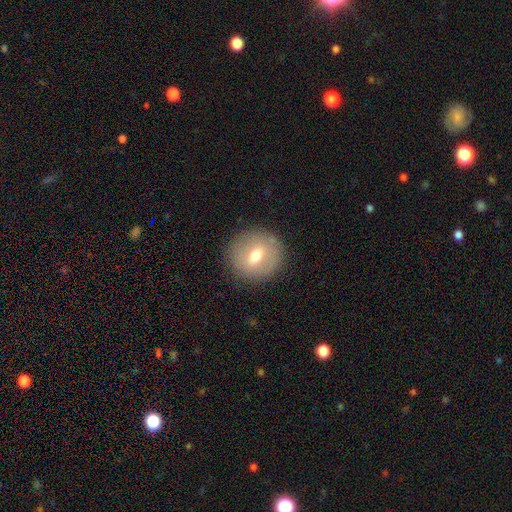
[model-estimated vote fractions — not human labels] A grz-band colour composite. It shows a smooth galaxy with no disk features (59%) that is round (89%). Merging: none (88%).